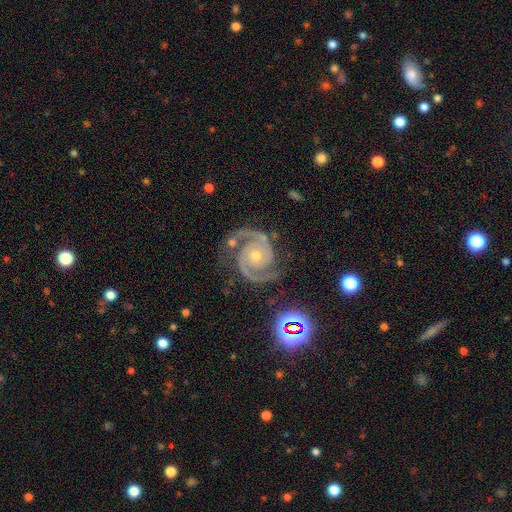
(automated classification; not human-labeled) Smooth or featured? Predicted: featured or disk (p=0.92). Edge-on disk? Predicted: no (p=0.98). Bar? Predicted: no (p=0.74). Spiral arms? Predicted: yes (p=0.99). Spiral winding? Predicted: tight (p=0.50). Spiral arm count? Predicted: 2 (p=0.93). Bulge size? Predicted: small (p=0.55). Merging? Predicted: none (p=0.79).